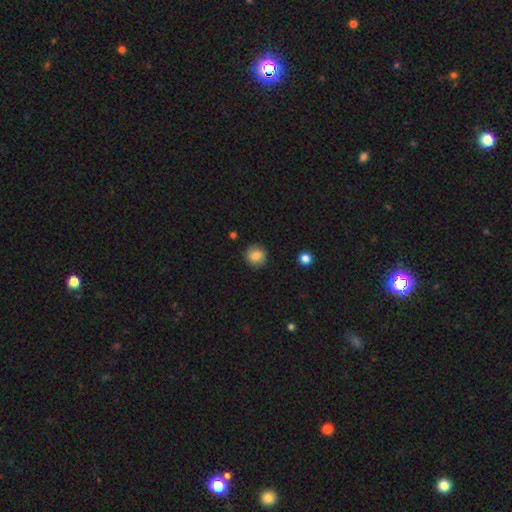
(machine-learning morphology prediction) Overall: smooth (81%). How rounded: round (92%). Merging: none (89%).